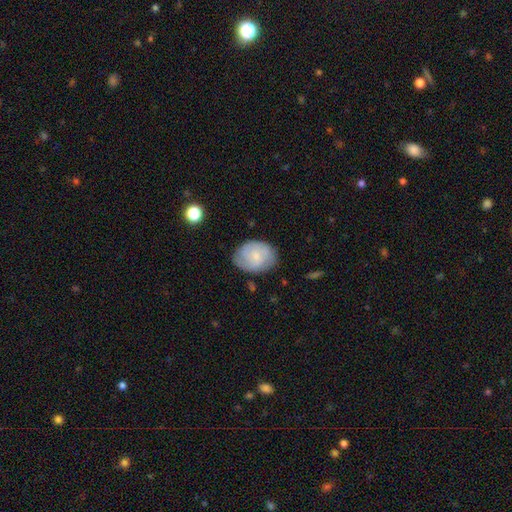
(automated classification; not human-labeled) Smooth or featured? smooth (54%)
How rounded? in between (61%)
Merging? none (74%)